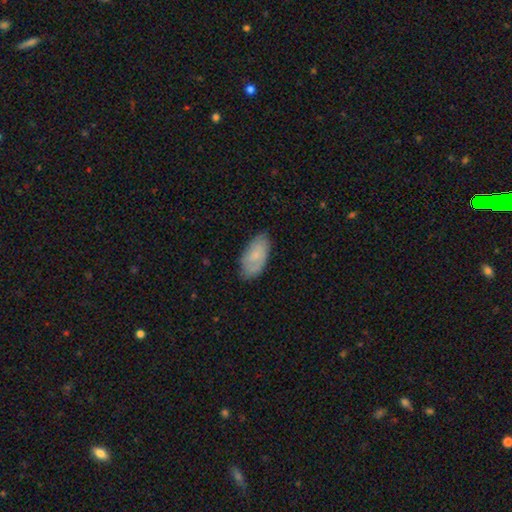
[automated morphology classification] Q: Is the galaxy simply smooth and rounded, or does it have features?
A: smooth — 69%.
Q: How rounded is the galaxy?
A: in between — 93%.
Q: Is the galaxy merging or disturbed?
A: none — 75%.